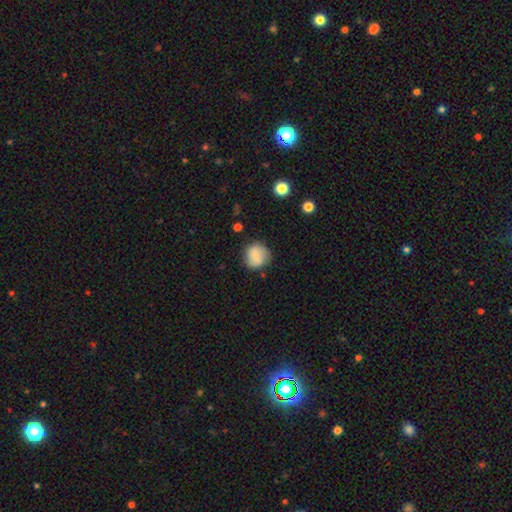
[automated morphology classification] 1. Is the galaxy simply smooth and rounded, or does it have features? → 77% smooth, 14% featured or disk, 8% star or artifact.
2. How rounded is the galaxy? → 86% round, 13% in between, 1% cigar-shaped.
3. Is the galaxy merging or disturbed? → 76% none, 17% minor disturbance, 5% major disturbance, 3% merger.